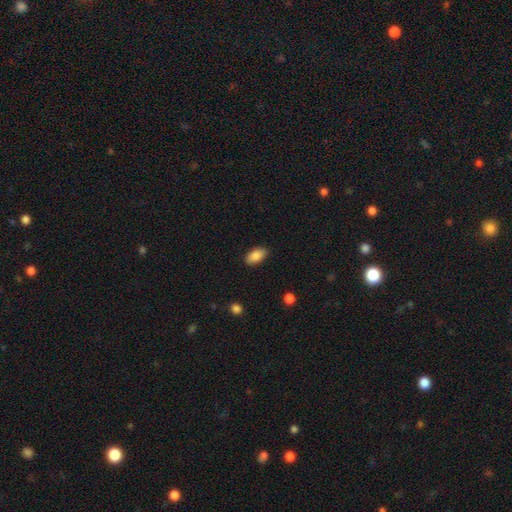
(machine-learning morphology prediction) Q: Smooth or featured?
A: smooth (86%); runner-up: star or artifact (7%)
Q: How rounded?
A: in between (93%); runner-up: round (4%)
Q: Merging?
A: none (88%); runner-up: minor disturbance (9%)